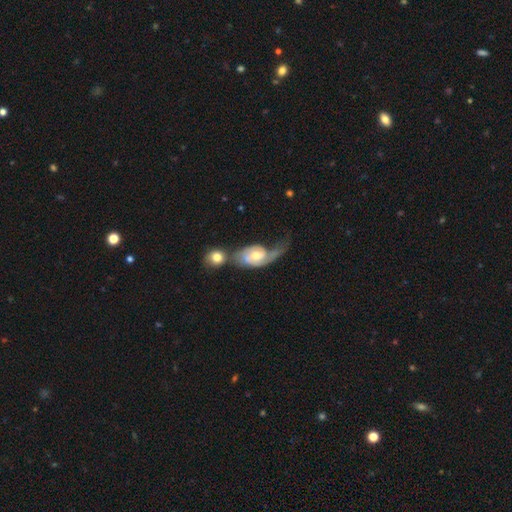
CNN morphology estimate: smooth_or_featured: featured or disk (p=0.76) [alt: smooth p=0.18]
disk_edge_on: no (p=0.96) [alt: yes p=0.04]
bar: no (p=0.58) [alt: weak p=0.34]
has_spiral_arms: yes (p=0.91) [alt: no p=0.09]
spiral_winding: medium (p=0.38) [alt: loose p=0.35]
spiral_arm_count: 2 (p=0.62) [alt: 1 p=0.24]
bulge_size: moderate (p=0.66) [alt: small p=0.22]
merging: merger (p=0.44) [alt: major disturbance p=0.22]